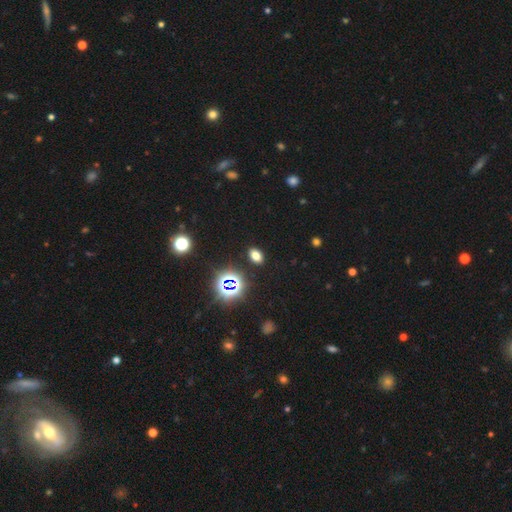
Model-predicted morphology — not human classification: This appears to be a smooth galaxy with no disk features (67%) that is in between round and cigar-shaped (82%). Merging: none (89%).